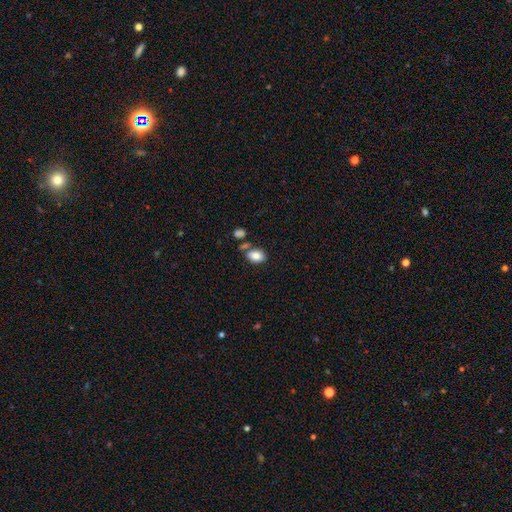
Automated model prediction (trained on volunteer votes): Smooth or featured: smooth — 83% (star or artifact — 9%)
How rounded: in between — 83% (round — 16%)
Merging: none — 67% (merger — 15%)